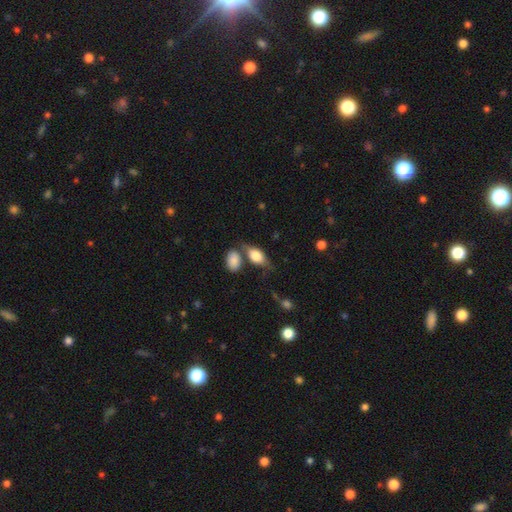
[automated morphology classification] Smooth or featured?
  - smooth: 68% *
  - featured or disk: 25%
  - star or artifact: 7%
How rounded?
  - in between: 82% *
  - cigar-shaped: 10%
  - round: 8%
Merging?
  - none: 56% *
  - merger: 19%
  - minor disturbance: 18%
  - major disturbance: 7%